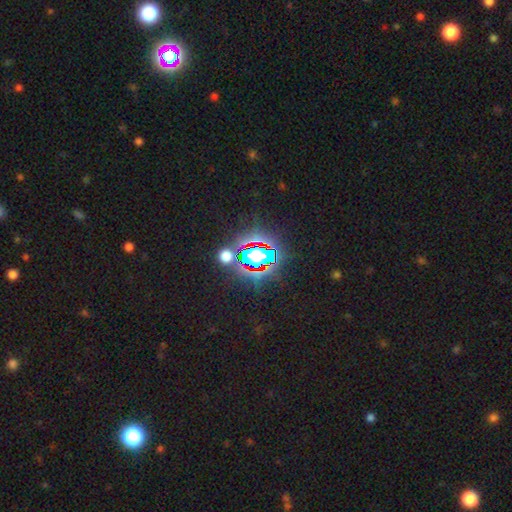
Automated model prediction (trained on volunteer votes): Smooth or featured?
  - star or artifact: 73% *
  - smooth: 17%
  - featured or disk: 10%